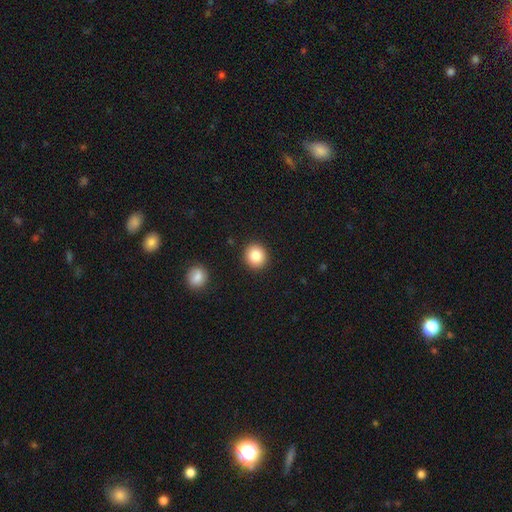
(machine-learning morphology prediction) Smooth or featured? Predicted: smooth (p=0.85). How rounded? Predicted: round (p=0.87). Merging? Predicted: none (p=0.91).